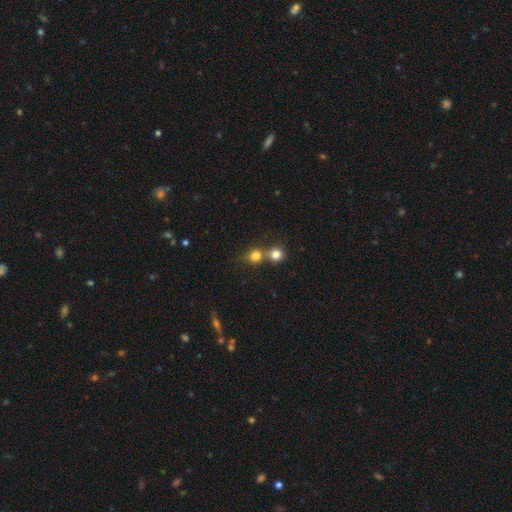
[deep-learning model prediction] Q: Smooth or featured?
A: smooth (80%); runner-up: star or artifact (13%)
Q: How rounded?
A: round (85%); runner-up: in between (14%)
Q: Merging?
A: none (47%); runner-up: merger (43%)